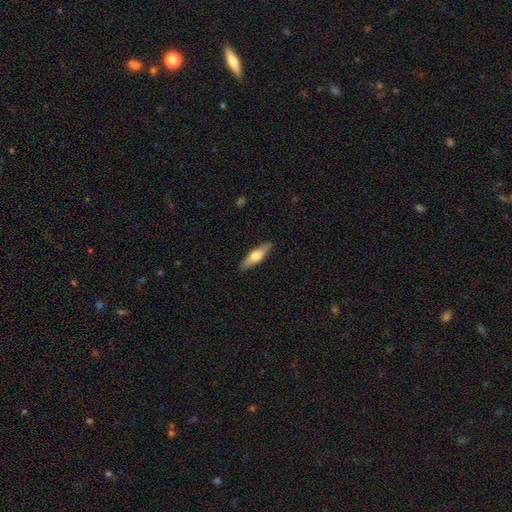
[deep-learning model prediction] smooth_or_featured: smooth (p=0.56) [alt: featured or disk p=0.38]
how_rounded: cigar-shaped (p=0.57) [alt: in between p=0.41]
merging: none (p=0.89) [alt: minor disturbance p=0.08]